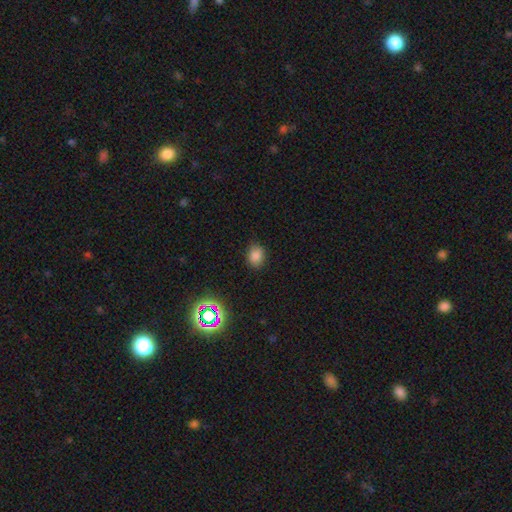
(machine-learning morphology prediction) type=smooth (80%); roundness=in between (54%); merging=none (85%).